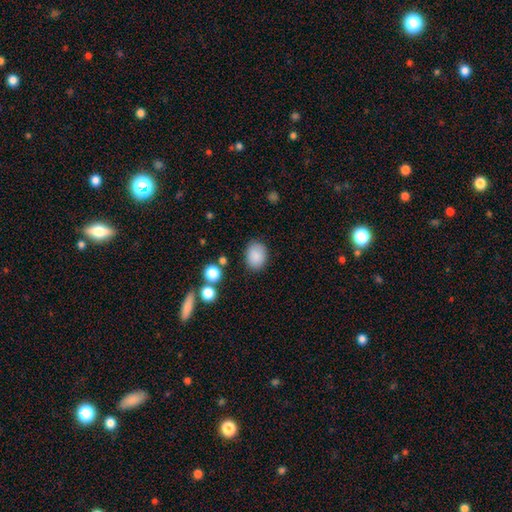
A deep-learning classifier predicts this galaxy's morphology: A smooth galaxy with no disk features (87%) that is in between round and cigar-shaped (63%). Merging: none (83%).